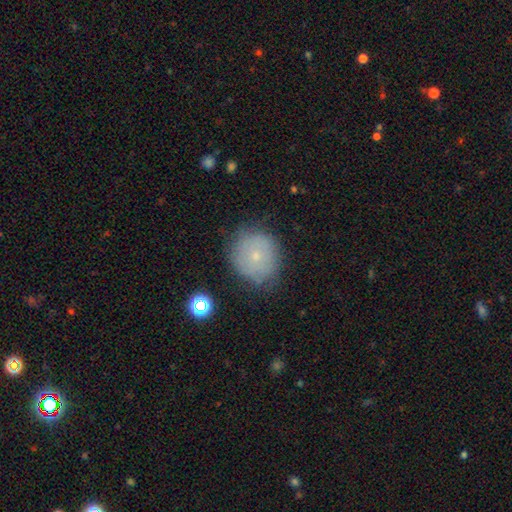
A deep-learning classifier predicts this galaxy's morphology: type=smooth (67%); roundness=round (85%); merging=none (72%).